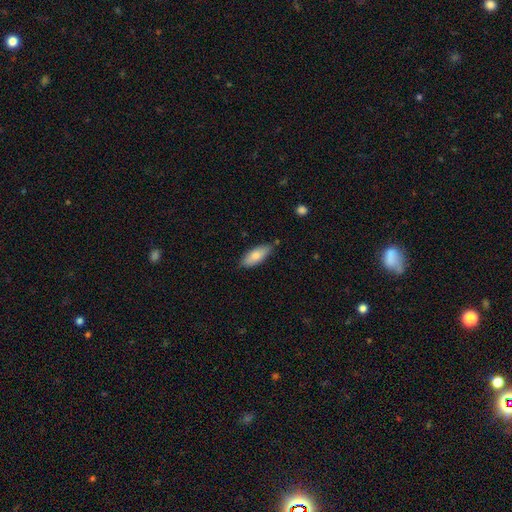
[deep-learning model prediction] This is likely a smooth galaxy (79%). How rounded: likely in between (78%). Merging: likely none (78%).